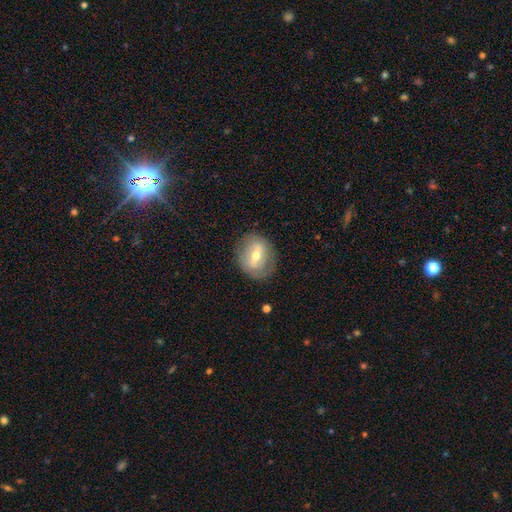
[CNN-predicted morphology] Q: Smooth or featured?
A: featured or disk (53%); runner-up: smooth (39%)
Q: Edge-on disk?
A: no (90%); runner-up: yes (10%)
Q: Merging?
A: none (80%); runner-up: minor disturbance (14%)